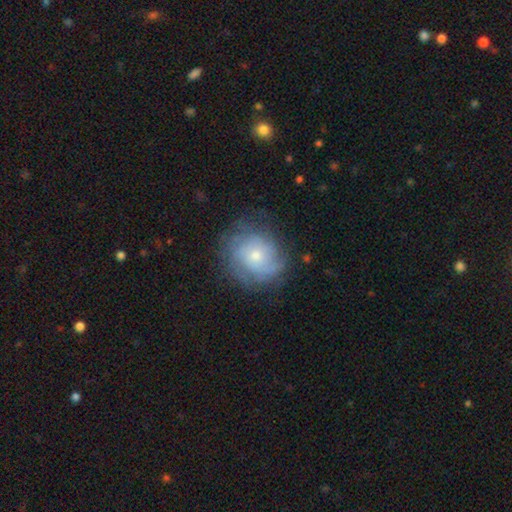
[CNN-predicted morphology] This is possibly a featured or disk galaxy (58%). It is clearly not viewed edge-on (97%). Bar: clearly no (83%). Spiral arm pattern: clearly yes (80%). Central bulge: possibly small (55%). Merging: likely none (71%).